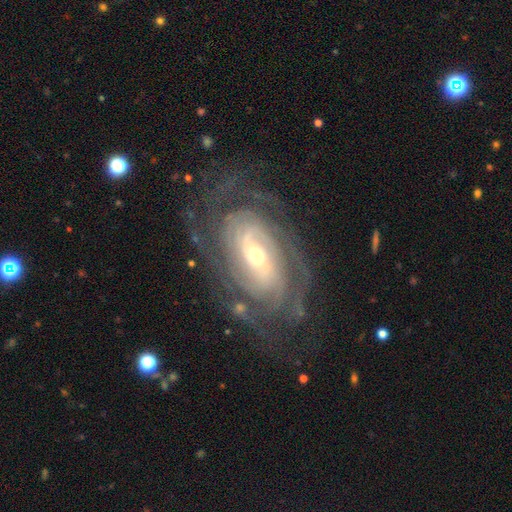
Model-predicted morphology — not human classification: Smooth or featured? Predicted: featured or disk (p=0.89). Edge-on disk? Predicted: no (p=0.95). Bar? Predicted: no (p=0.38). Spiral arms? Predicted: yes (p=0.96). Spiral winding? Predicted: tight (p=0.70). Spiral arm count? Predicted: can't tell (p=0.29). Bulge size? Predicted: moderate (p=0.55). Merging? Predicted: none (p=0.71).